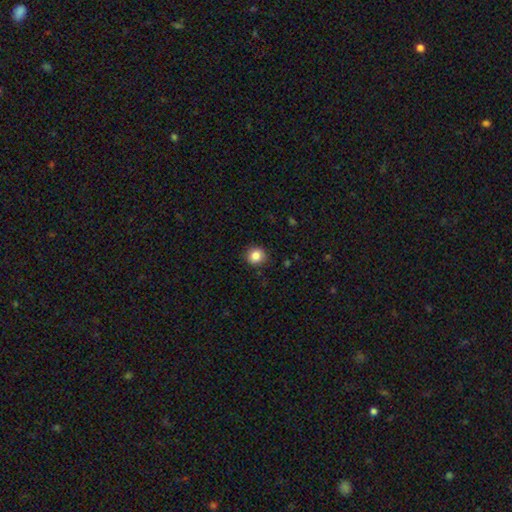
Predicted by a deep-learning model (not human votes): smooth-or-featured: smooth: 85% | star or artifact: 10% | featured or disk: 4%
  how-rounded: round: 89% | in between: 10% | cigar-shaped: 1%
  merging: none: 90% | minor disturbance: 7% | major disturbance: 2% | merger: 1%